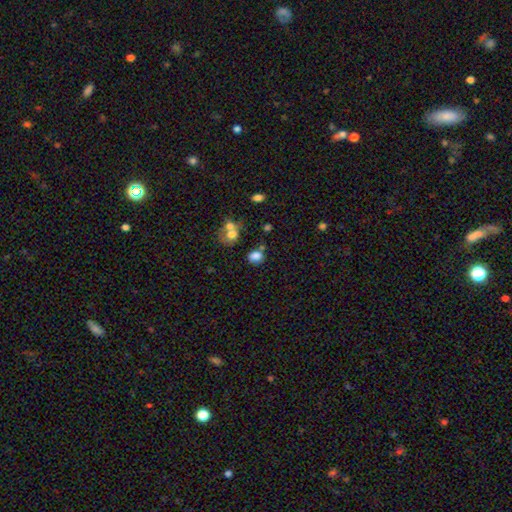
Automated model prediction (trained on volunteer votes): This appears to be a smooth galaxy with no disk features (80%) that is round (53%). Merging: none (56%).